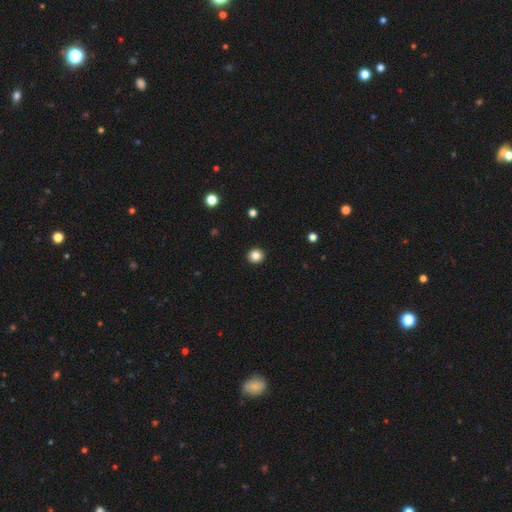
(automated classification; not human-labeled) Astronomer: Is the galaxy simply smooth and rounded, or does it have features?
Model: smooth — 84%.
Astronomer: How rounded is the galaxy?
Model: round — 91%.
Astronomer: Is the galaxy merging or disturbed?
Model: none — 93%.